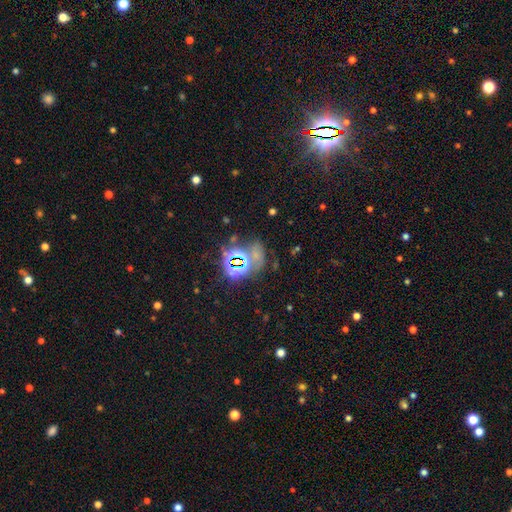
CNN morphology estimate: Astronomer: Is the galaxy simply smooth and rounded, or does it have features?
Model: star or artifact — 64%.